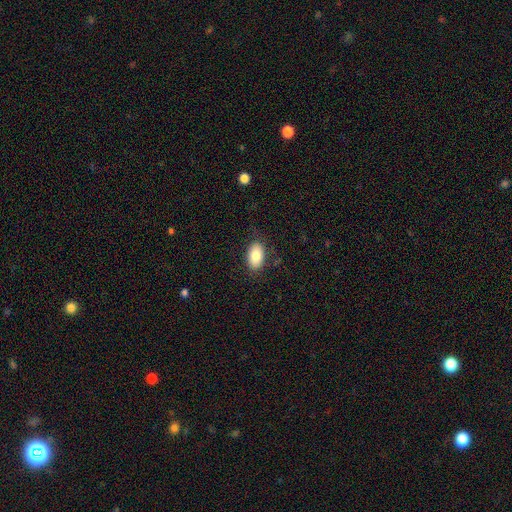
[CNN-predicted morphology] A smooth galaxy with no disk features (83%) that is in between round and cigar-shaped (93%).

Vote fractions:
- Smooth or featured? smooth: 83% / featured or disk: 10% / star or artifact: 7%
- How rounded? in between: 93% / round: 5% / cigar-shaped: 2%
- Merging? none: 83% / minor disturbance: 12% / major disturbance: 4% / merger: 1%